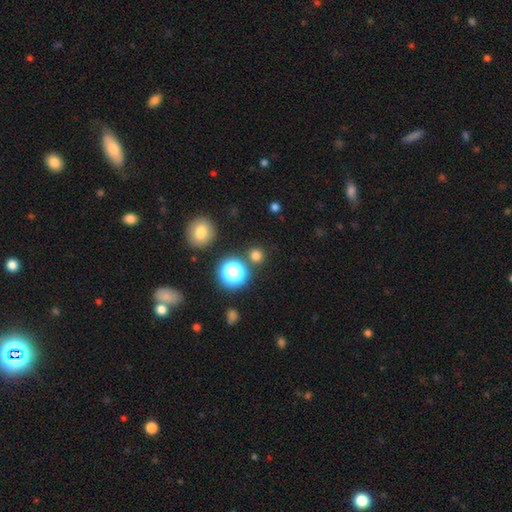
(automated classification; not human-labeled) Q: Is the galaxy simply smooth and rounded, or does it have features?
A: smooth — 72%.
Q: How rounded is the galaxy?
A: round — 91%.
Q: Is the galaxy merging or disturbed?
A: none — 84%.